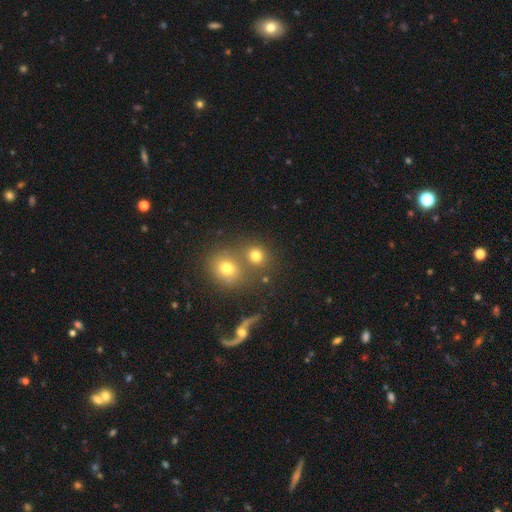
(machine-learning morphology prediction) A smooth galaxy with no disk features (74%) that is round (82%).

Vote fractions:
- Smooth or featured? smooth: 74% / star or artifact: 16% / featured or disk: 10%
- How rounded? round: 82% / in between: 17% / cigar-shaped: 1%
- Merging? none: 58% / merger: 30% / minor disturbance: 8% / major disturbance: 4%